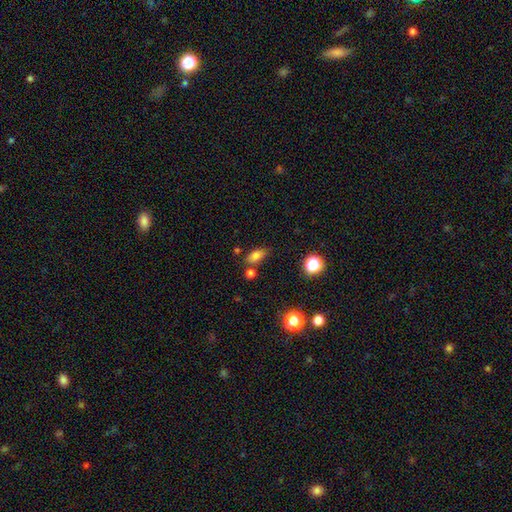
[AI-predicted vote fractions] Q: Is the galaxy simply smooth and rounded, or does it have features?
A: smooth — 78%.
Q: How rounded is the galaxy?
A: in between — 81%.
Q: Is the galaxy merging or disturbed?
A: none — 68%.